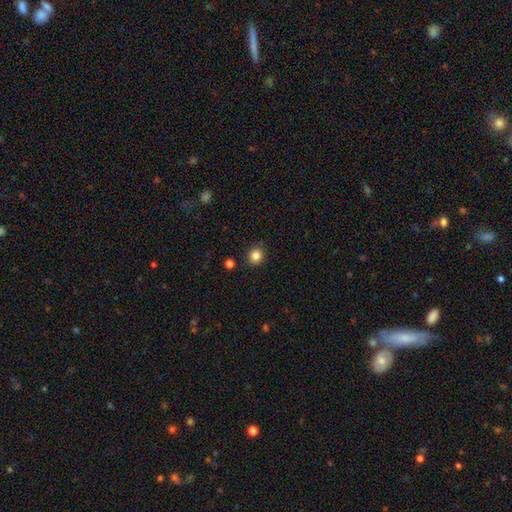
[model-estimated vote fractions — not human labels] Q: Smooth or featured?
A: smooth (84%); runner-up: star or artifact (11%)
Q: How rounded?
A: round (81%); runner-up: in between (18%)
Q: Merging?
A: none (88%); runner-up: minor disturbance (8%)